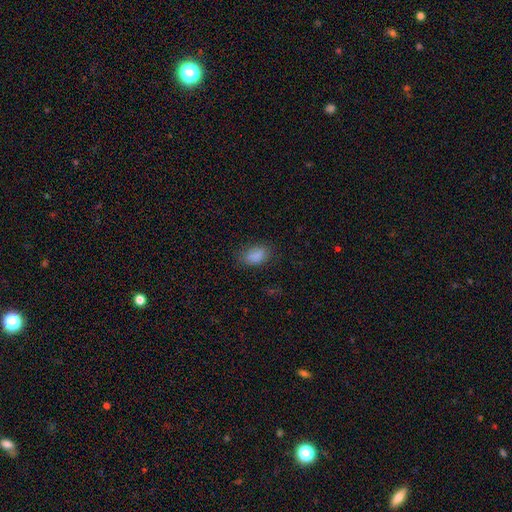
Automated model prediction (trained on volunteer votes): Smooth or featured? smooth (87%)
How rounded? in between (86%)
Merging? none (77%)